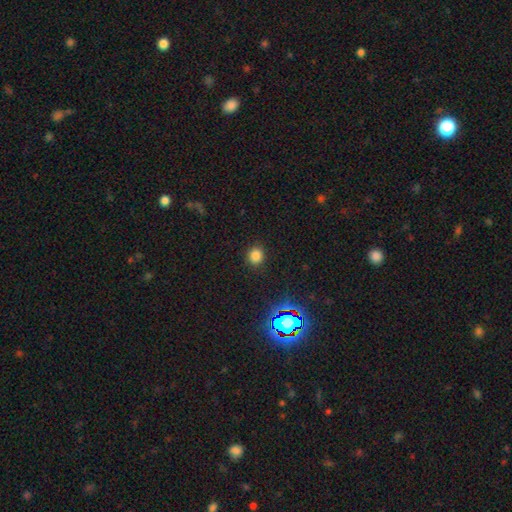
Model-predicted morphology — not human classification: type=smooth (79%); roundness=round (82%); merging=none (89%).